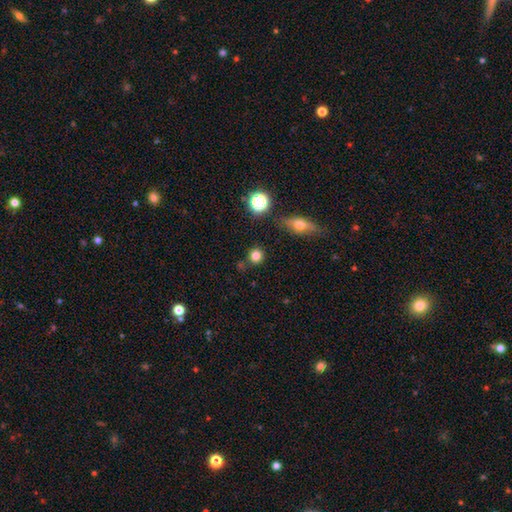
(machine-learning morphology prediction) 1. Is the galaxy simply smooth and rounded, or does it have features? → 80% smooth, 15% star or artifact, 6% featured or disk.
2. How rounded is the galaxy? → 90% round, 9% in between, 1% cigar-shaped.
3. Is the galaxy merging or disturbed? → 84% none, 9% minor disturbance, 5% merger, 3% major disturbance.